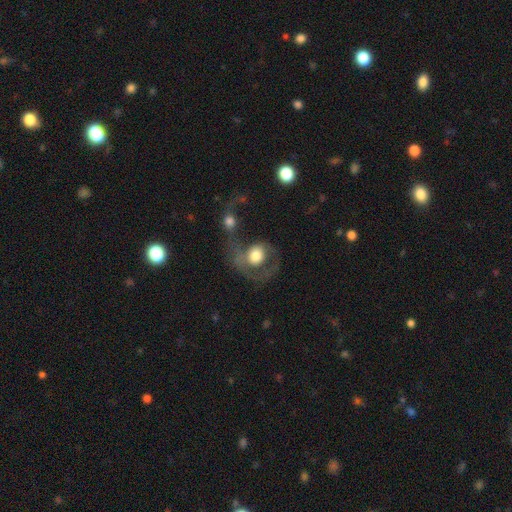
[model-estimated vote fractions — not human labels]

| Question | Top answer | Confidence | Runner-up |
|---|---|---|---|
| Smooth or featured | smooth | 54% | featured or disk (38%) |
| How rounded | round | 66% | in between (33%) |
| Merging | merger | 36% | major disturbance (32%) |